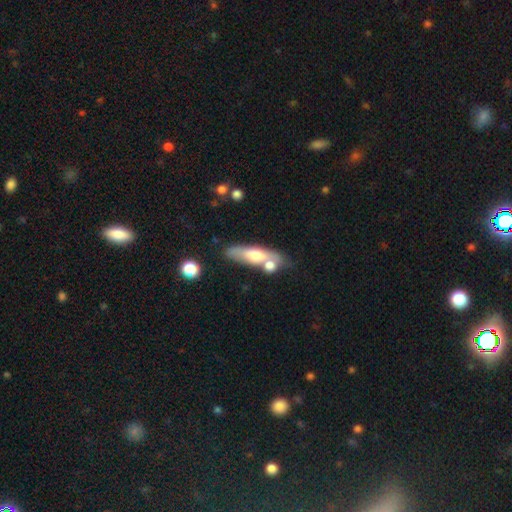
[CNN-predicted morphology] This is possibly a smooth galaxy (57%). How rounded: possibly cigar-shaped (52%). Merging: possibly none (48%).